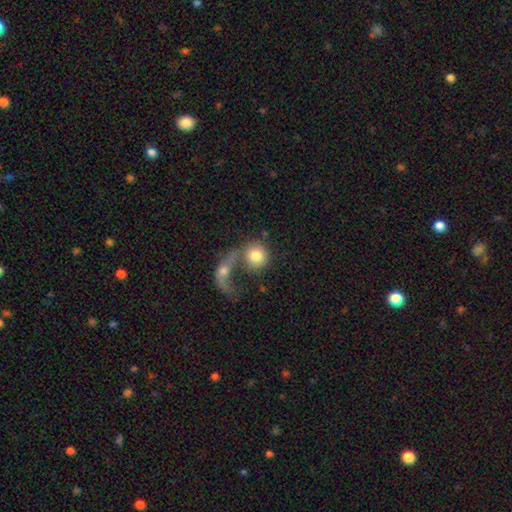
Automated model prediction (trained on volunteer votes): This appears to be a smooth galaxy with no disk features (73%) that is round (84%). Merging: merger (55%).